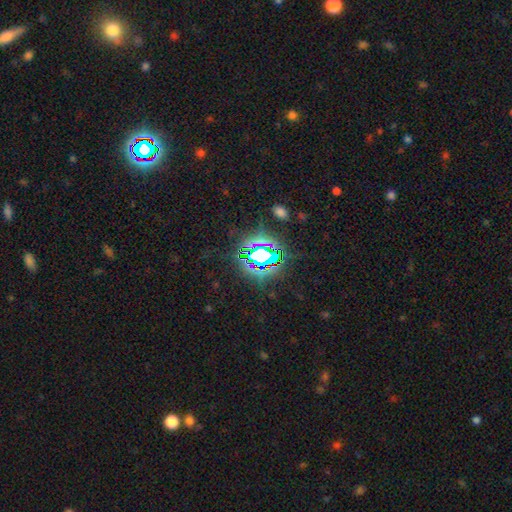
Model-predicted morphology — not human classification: star or artifact 77%, smooth 13%, featured or disk 10%.